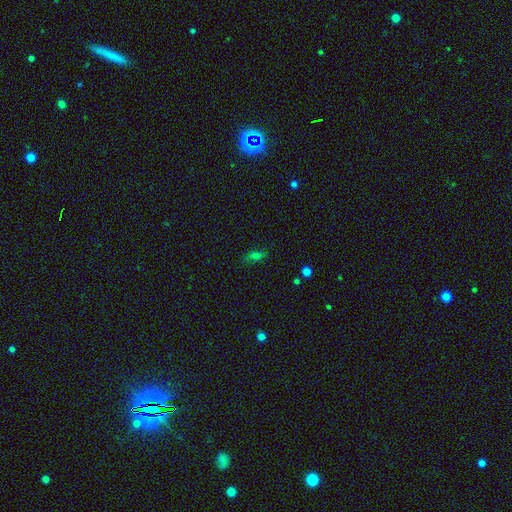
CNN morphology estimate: A smooth galaxy with no disk features (66%) that is in between round and cigar-shaped (74%). Merging: none (74%).